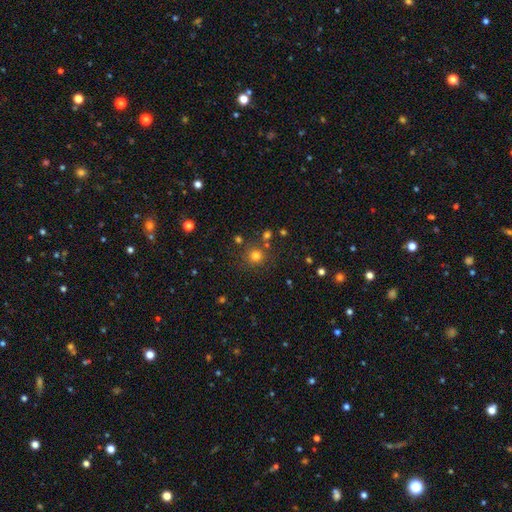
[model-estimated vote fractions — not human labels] Smooth or featured?
  - smooth: 76% *
  - star or artifact: 17%
  - featured or disk: 6%
How rounded?
  - round: 92% *
  - in between: 7%
  - cigar-shaped: 1%
Merging?
  - none: 80% *
  - minor disturbance: 9%
  - merger: 7%
  - major disturbance: 4%